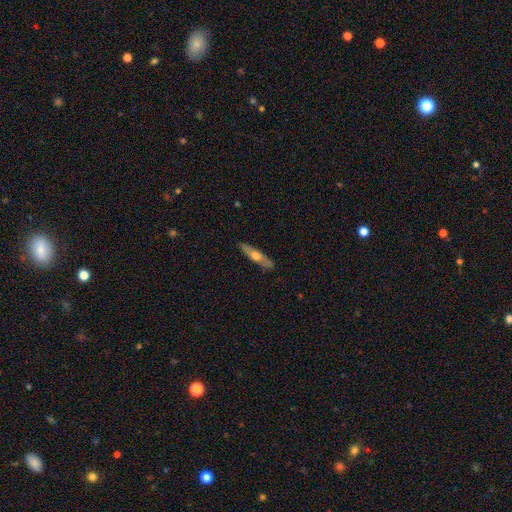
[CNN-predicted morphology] smooth_or_featured: featured or disk (p=0.50) [alt: smooth p=0.44]
disk_edge_on: yes (p=0.85) [alt: no p=0.15]
merging: none (p=0.87) [alt: minor disturbance p=0.10]